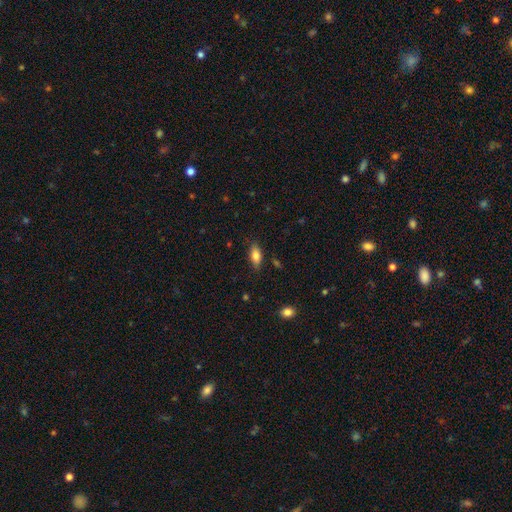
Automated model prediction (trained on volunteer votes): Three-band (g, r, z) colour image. It shows a smooth galaxy with no disk features (79%) that is in between round and cigar-shaped (84%). Merging: none (81%).